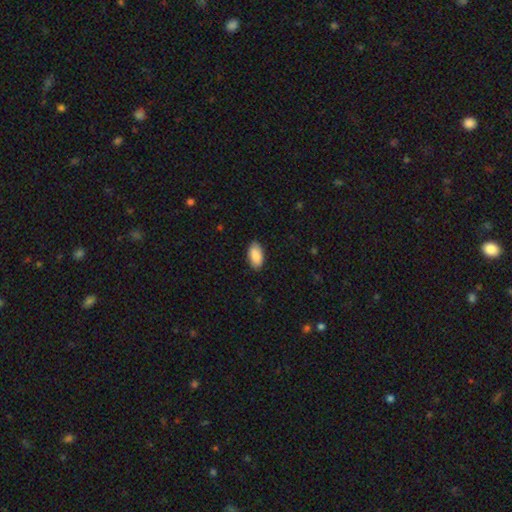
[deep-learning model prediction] Q: Smooth or featured?
A: smooth (90%); runner-up: star or artifact (6%)
Q: How rounded?
A: in between (95%); runner-up: cigar-shaped (3%)
Q: Merging?
A: none (87%); runner-up: minor disturbance (10%)